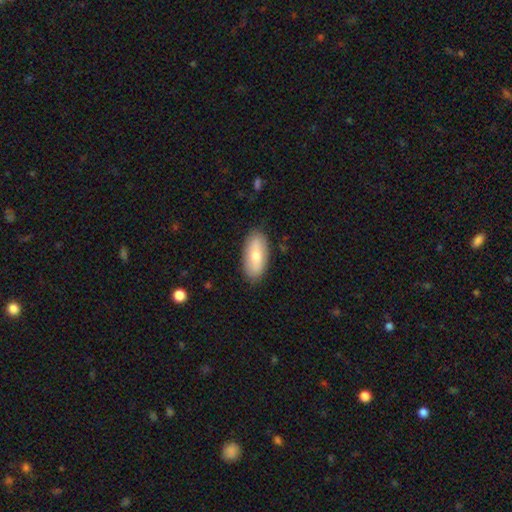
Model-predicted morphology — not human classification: smooth_or_featured: smooth (p=0.70) [alt: featured or disk p=0.25]
how_rounded: in between (p=0.86) [alt: cigar-shaped p=0.11]
merging: none (p=0.86) [alt: minor disturbance p=0.11]